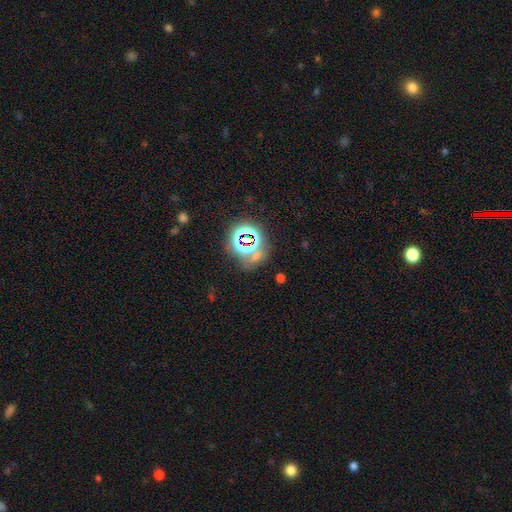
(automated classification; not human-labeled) Morphology: type=star or artifact (71%).